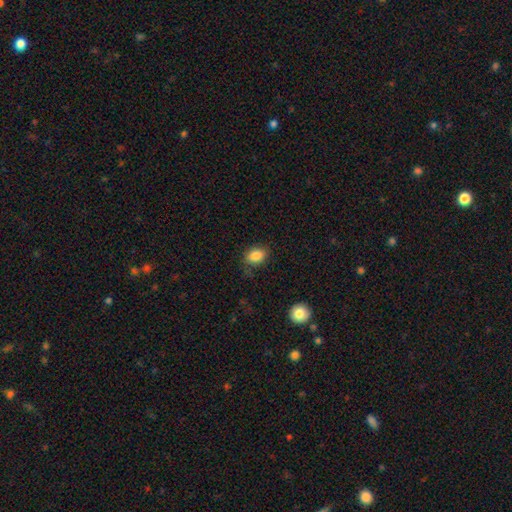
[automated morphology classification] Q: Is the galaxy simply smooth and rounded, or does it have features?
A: smooth — 86%.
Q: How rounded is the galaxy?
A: in between — 73%.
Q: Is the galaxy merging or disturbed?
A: none — 76%.